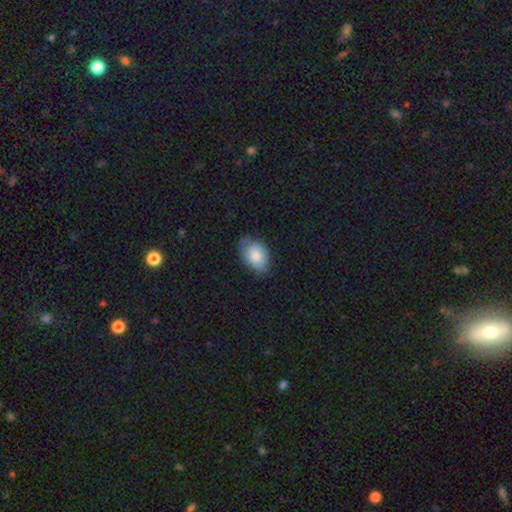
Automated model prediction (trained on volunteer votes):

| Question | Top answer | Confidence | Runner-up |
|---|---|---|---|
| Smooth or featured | smooth | 79% | featured or disk (14%) |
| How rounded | in between | 85% | round (13%) |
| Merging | none | 57% | minor disturbance (34%) |